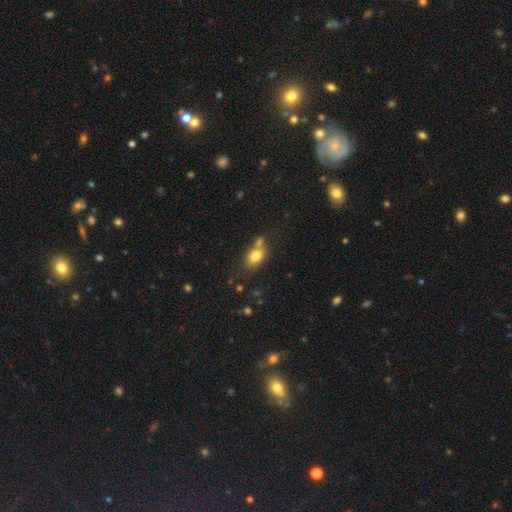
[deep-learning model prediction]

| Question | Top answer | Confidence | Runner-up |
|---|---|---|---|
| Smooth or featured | smooth | 78% | featured or disk (13%) |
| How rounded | in between | 77% | round (21%) |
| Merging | none | 48% | merger (28%) |